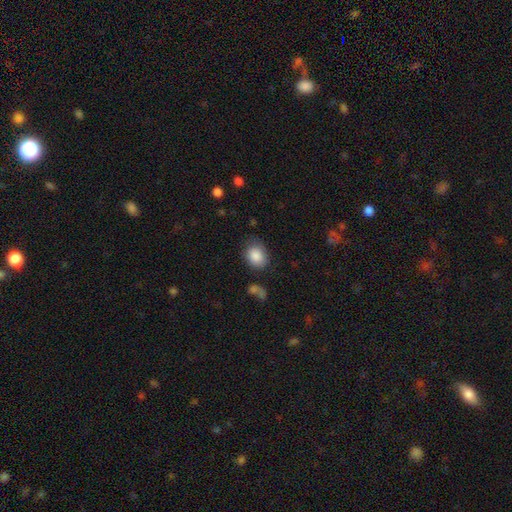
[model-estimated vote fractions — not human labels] smooth_or_featured: smooth (p=0.87) [alt: star or artifact p=0.08]
how_rounded: in between (p=0.54) [alt: round p=0.45]
merging: none (p=0.70) [alt: minor disturbance p=0.20]